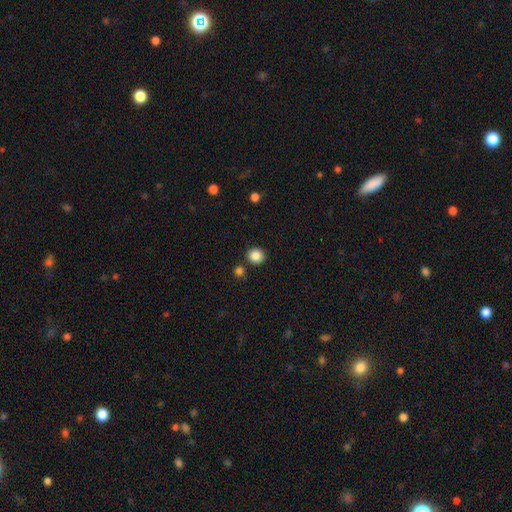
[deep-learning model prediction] Smooth or featured: smooth — 86% (star or artifact — 10%)
How rounded: round — 91% (in between — 8%)
Merging: none — 86% (minor disturbance — 6%)